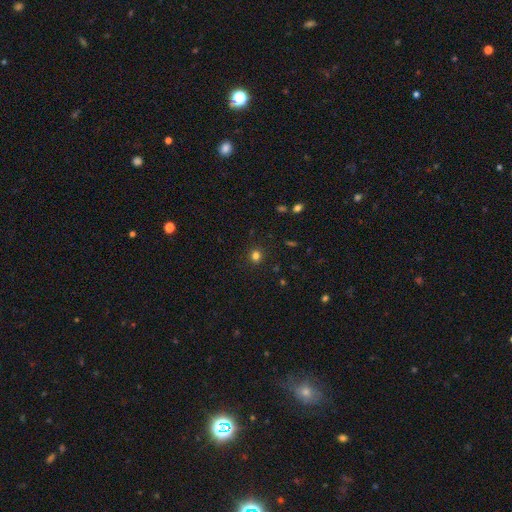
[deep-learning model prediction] This is likely a smooth galaxy (79%). How rounded: clearly round (88%). Merging: clearly none (91%).